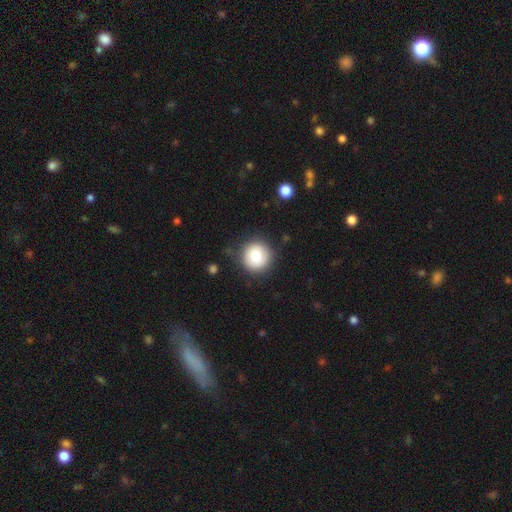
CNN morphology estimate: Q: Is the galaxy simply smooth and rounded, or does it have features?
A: smooth — 81%.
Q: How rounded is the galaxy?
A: round — 93%.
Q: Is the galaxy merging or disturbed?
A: none — 85%.